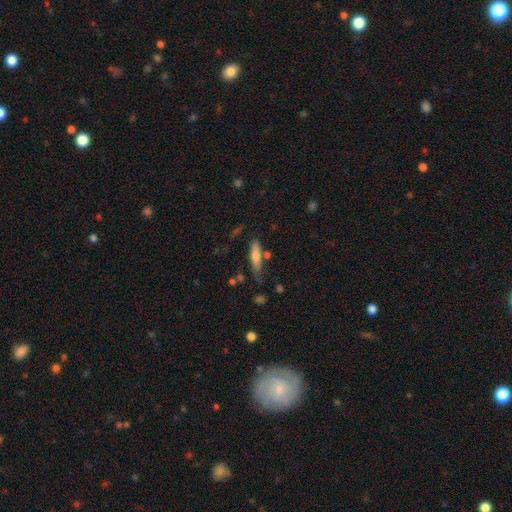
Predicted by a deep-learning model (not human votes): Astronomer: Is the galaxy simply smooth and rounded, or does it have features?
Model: smooth — 67%.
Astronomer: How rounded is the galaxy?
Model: cigar-shaped — 74%.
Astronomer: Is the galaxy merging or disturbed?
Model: none — 66%.